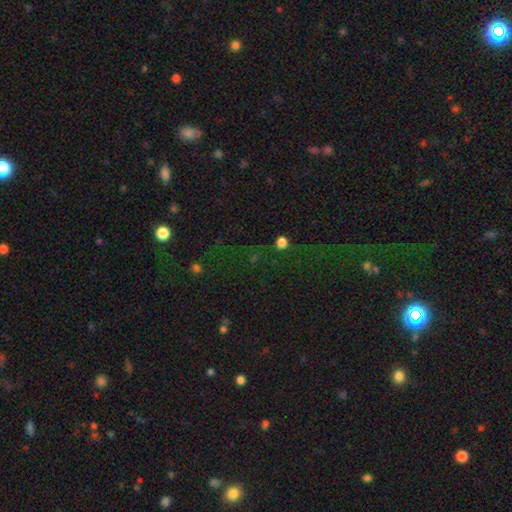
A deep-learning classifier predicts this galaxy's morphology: smooth_or_featured: star or artifact (p=0.63) [alt: smooth p=0.26]